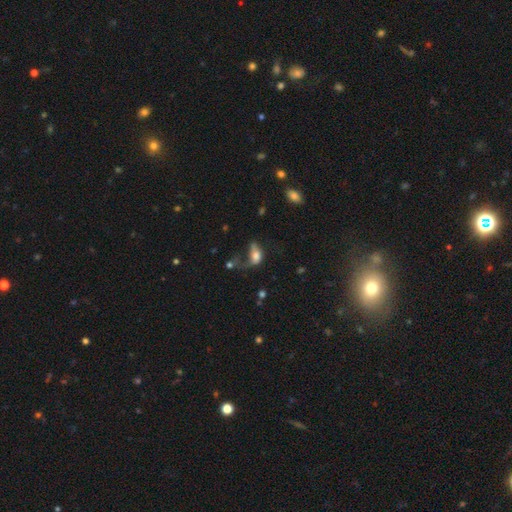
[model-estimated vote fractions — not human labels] smooth_or_featured: smooth (p=0.60) [alt: featured or disk p=0.29]
how_rounded: in between (p=0.84) [alt: round p=0.12]
merging: major disturbance (p=0.52) [alt: none p=0.18]